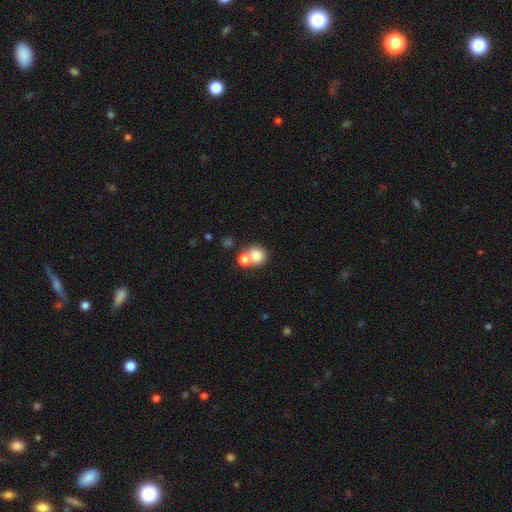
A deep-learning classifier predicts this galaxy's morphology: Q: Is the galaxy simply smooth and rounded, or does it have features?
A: smooth — 79%.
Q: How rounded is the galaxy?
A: round — 86%.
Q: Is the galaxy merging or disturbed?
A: none — 45%, tied with merger.